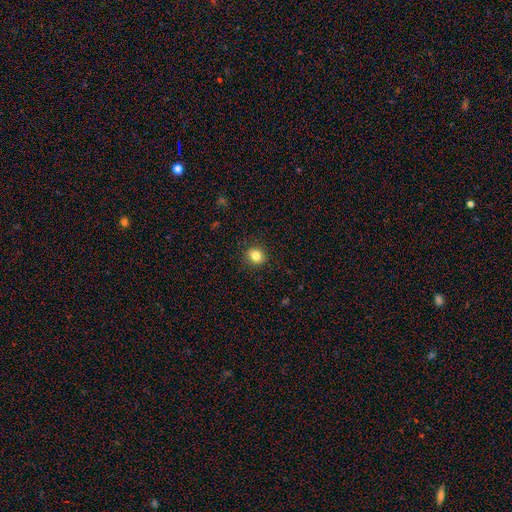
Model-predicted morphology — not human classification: This is clearly a smooth galaxy (83%). How rounded: likely round (71%). Merging: clearly none (89%).